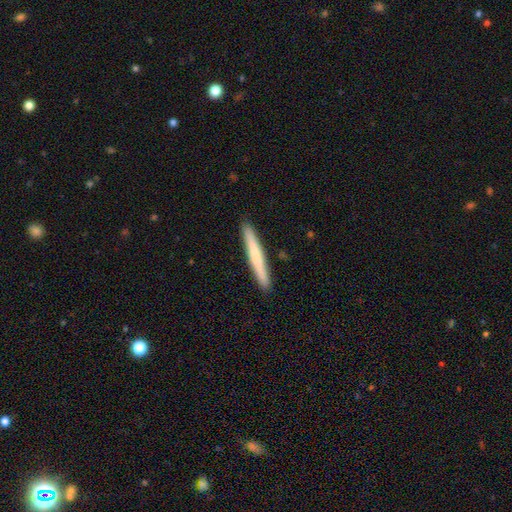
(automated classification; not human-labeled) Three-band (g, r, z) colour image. It shows a smooth galaxy with no disk features (65%) that is cigar-shaped (97%). Merging: none (92%).